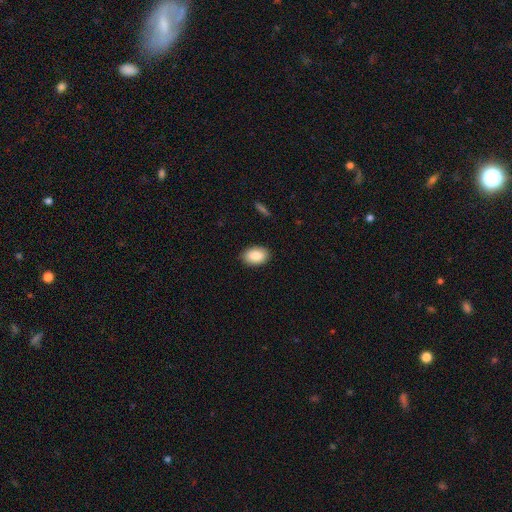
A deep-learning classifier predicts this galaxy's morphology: Q: Smooth or featured?
A: smooth (87%); runner-up: star or artifact (7%)
Q: How rounded?
A: in between (88%); runner-up: round (10%)
Q: Merging?
A: none (89%); runner-up: minor disturbance (8%)